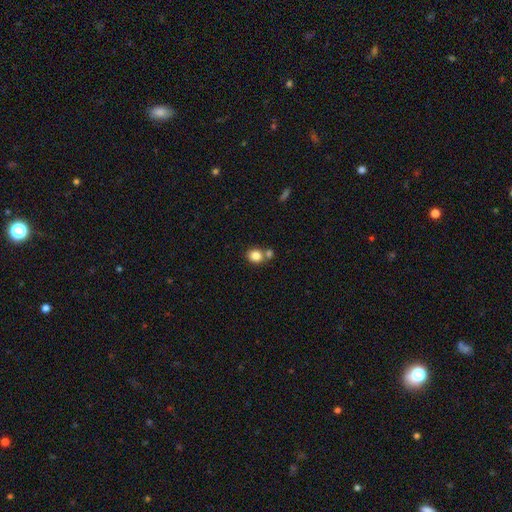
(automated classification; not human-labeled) smooth 84%, star or artifact 10%, featured or disk 7%. Down the decision tree: how rounded — round (69%); merging — none (56%).